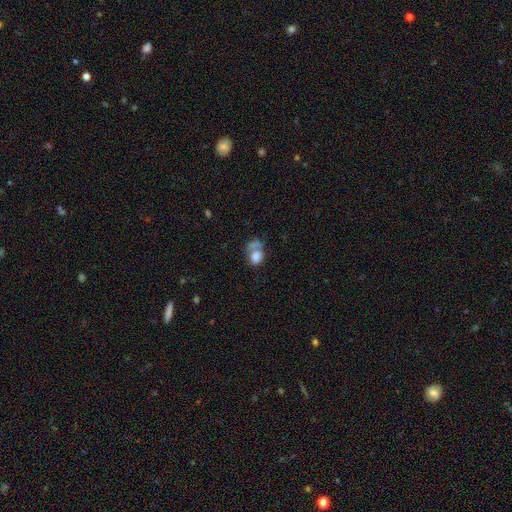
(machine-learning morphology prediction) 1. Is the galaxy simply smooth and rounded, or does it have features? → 68% smooth, 20% featured or disk, 12% star or artifact.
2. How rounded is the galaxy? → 56% in between, 42% round, 2% cigar-shaped.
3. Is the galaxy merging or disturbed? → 34% none, 29% merger, 23% major disturbance, 14% minor disturbance.